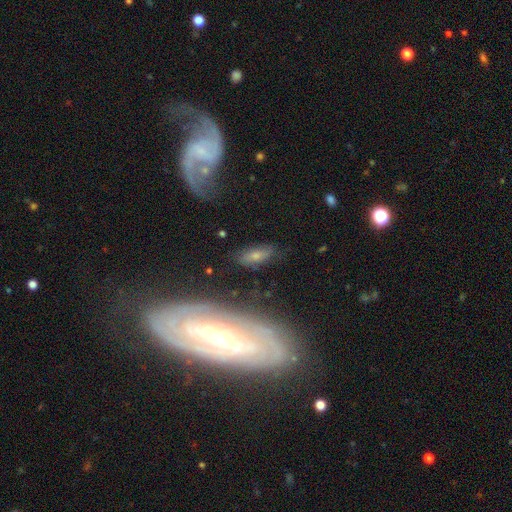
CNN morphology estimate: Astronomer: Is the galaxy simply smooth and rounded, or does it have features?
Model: smooth — 56%.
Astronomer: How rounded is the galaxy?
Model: in between — 73%.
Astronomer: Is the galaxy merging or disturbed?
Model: none — 75%.